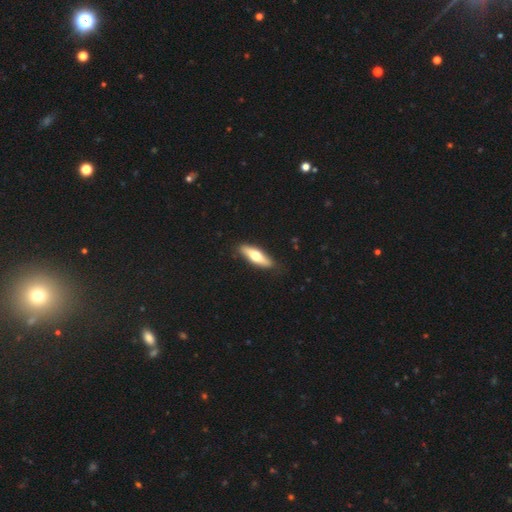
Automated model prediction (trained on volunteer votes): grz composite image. It shows a smooth galaxy with no disk features (54%) that is cigar-shaped (61%). Merging: none (86%).